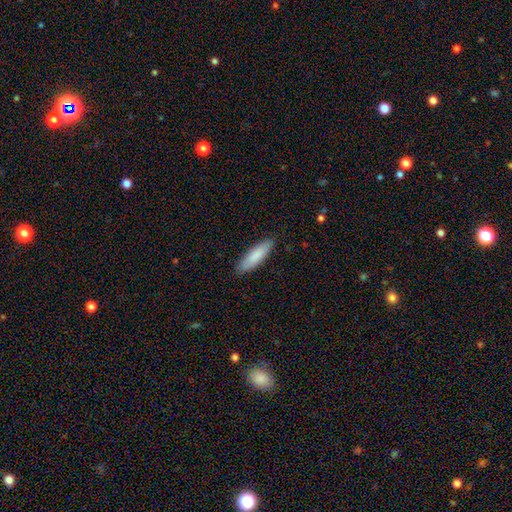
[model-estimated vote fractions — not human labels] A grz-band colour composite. It shows a smooth galaxy with no disk features (86%) that is cigar-shaped (59%). Merging: none (86%).